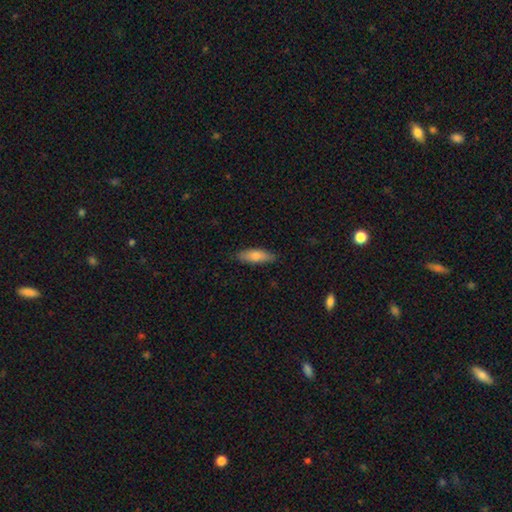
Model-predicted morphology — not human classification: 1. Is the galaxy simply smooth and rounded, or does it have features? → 77% smooth, 17% featured or disk, 6% star or artifact.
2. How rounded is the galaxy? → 57% in between, 41% cigar-shaped, 2% round.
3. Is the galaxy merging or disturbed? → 85% none, 11% minor disturbance, 2% major disturbance, 1% merger.